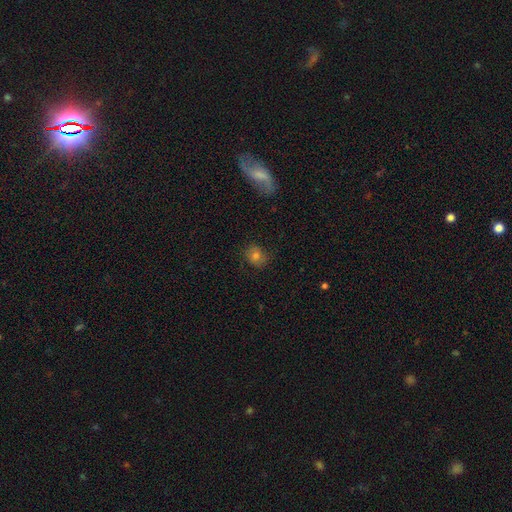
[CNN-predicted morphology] The model was most divided on "how rounded": round: 67%, in between: 31%, cigar-shaped: 1%. More confident: merging — none (77%); smooth or featured — smooth (63%).